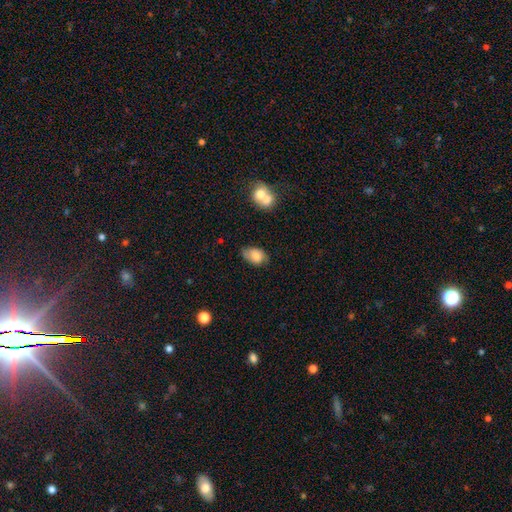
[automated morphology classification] Smooth or featured: smooth — 74% (featured or disk — 18%)
How rounded: in between — 86% (round — 13%)
Merging: none — 57% (minor disturbance — 32%)